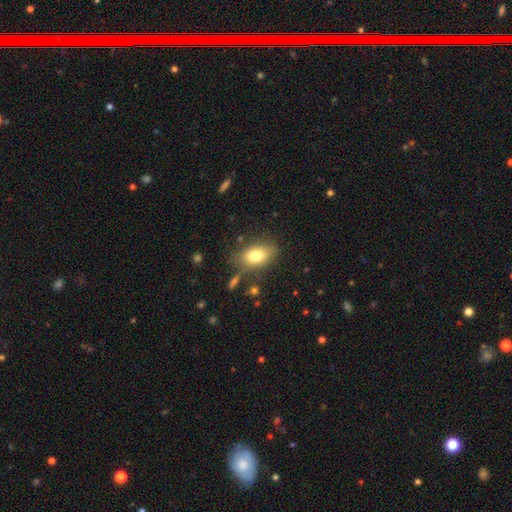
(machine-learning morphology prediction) type=smooth (79%); roundness=in between (87%); merging=none (76%).